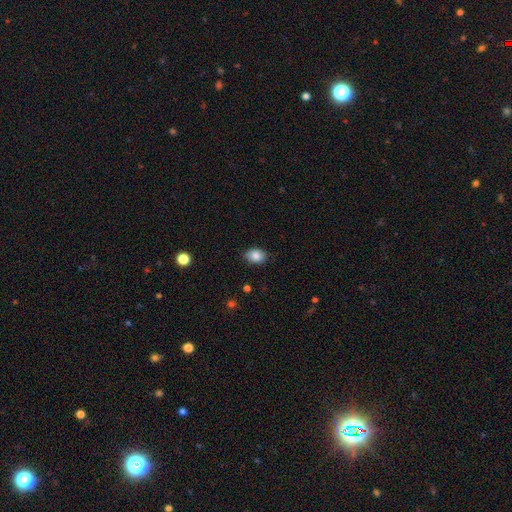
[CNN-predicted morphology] A smooth galaxy with no disk features (86%) that is in between round and cigar-shaped (74%). Merging: none (84%).